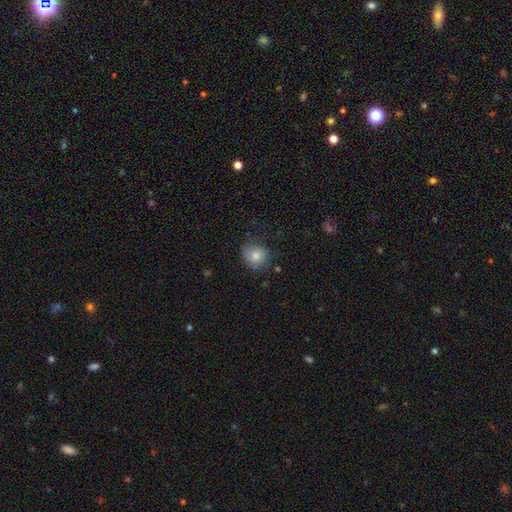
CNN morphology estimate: Smooth or featured? smooth (81%)
How rounded? round (79%)
Merging? none (73%)